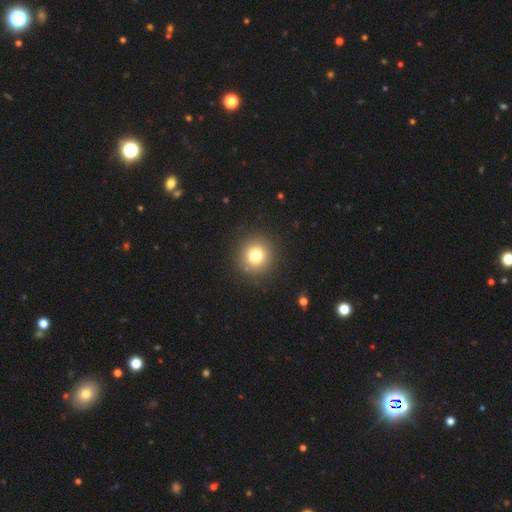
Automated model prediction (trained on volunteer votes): This appears to be a smooth galaxy with no disk features (77%) that is round (93%). Merging: none (90%).